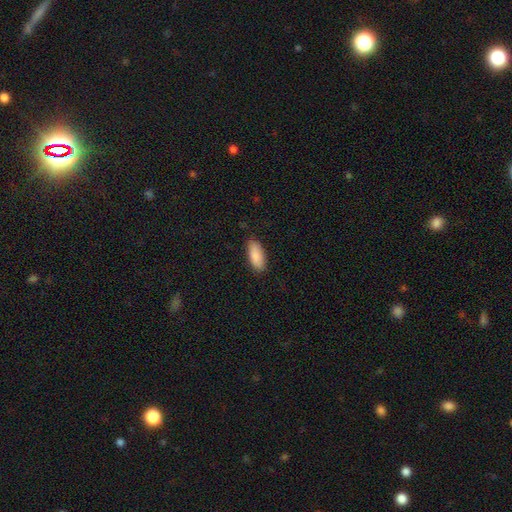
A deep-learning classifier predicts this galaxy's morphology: The model was most divided on "how rounded": in between: 85%, cigar-shaped: 14%, round: 2%. More confident: smooth or featured — smooth (89%); merging — none (86%).